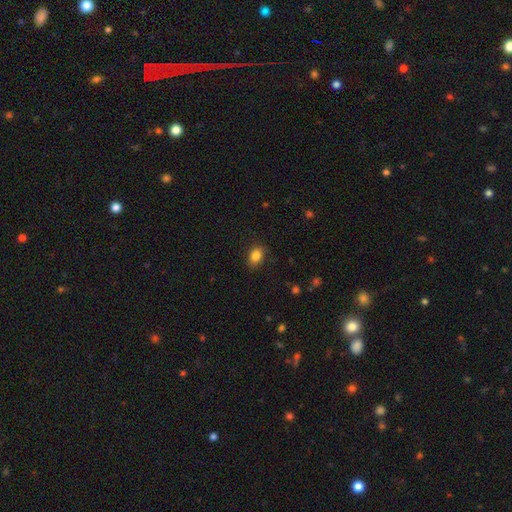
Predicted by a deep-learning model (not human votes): This appears to be a smooth galaxy with no disk features (85%) that is in between round and cigar-shaped (73%). Merging: none (82%).